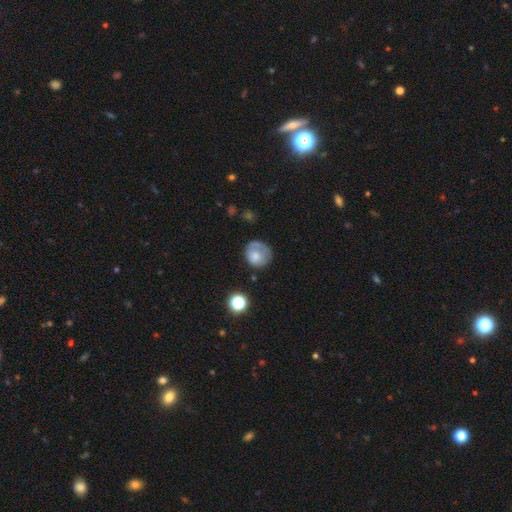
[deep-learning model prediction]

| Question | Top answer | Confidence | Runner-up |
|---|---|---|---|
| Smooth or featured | smooth | 68% | featured or disk (24%) |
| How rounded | round | 82% | in between (17%) |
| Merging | none | 54% | minor disturbance (25%) |